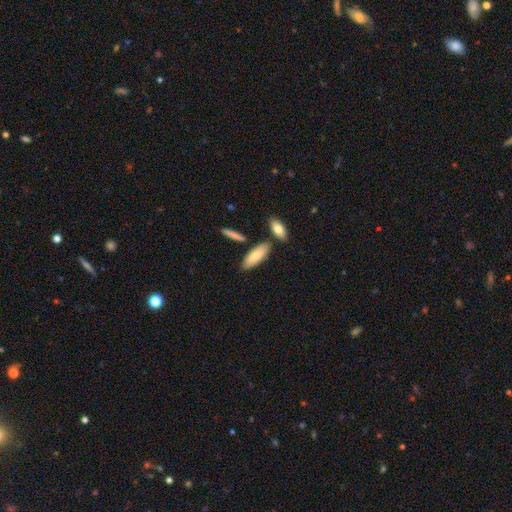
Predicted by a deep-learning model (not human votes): Q: Smooth or featured?
A: smooth (78%); runner-up: featured or disk (17%)
Q: How rounded?
A: in between (65%); runner-up: cigar-shaped (33%)
Q: Merging?
A: none (76%); runner-up: minor disturbance (13%)